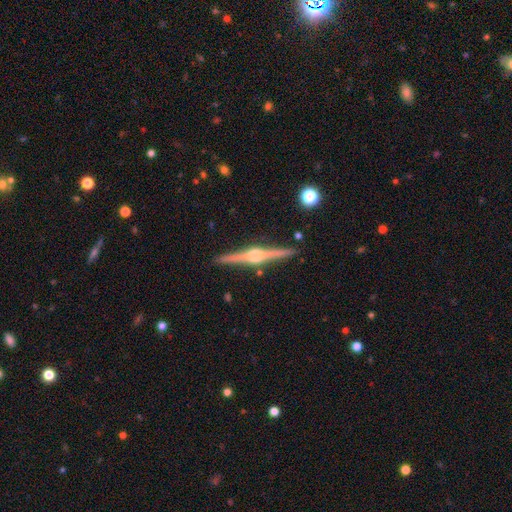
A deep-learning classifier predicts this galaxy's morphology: Overall: featured or disk (86%). Edge-on disk: yes (99%). Edge-on bulge: rounded (92%). Merging: none (91%).